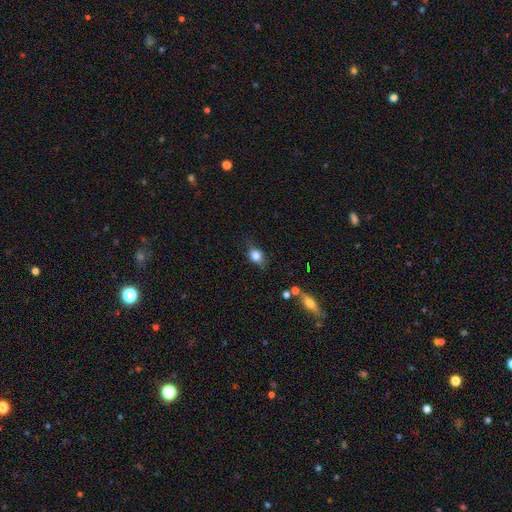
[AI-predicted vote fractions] Smooth or featured: smooth — 78% (featured or disk — 13%)
How rounded: in between — 54% (round — 42%)
Merging: none — 67% (minor disturbance — 23%)